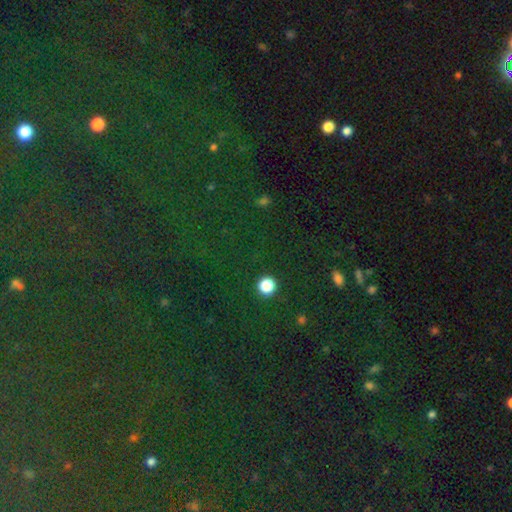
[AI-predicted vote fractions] smooth-or-featured: star or artifact: 81% | smooth: 11% | featured or disk: 7%